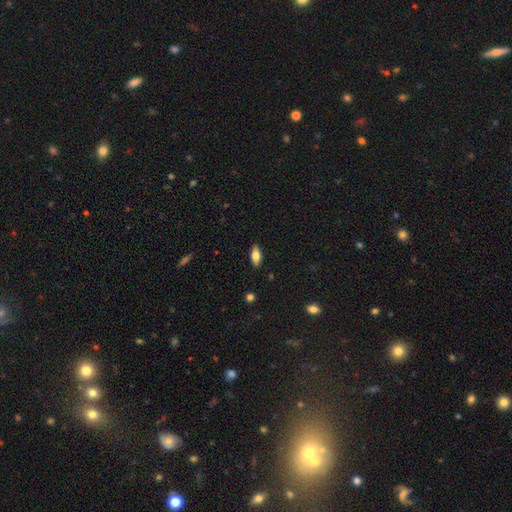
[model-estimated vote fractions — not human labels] Q: Smooth or featured?
A: smooth (76%); runner-up: featured or disk (17%)
Q: How rounded?
A: in between (84%); runner-up: cigar-shaped (14%)
Q: Merging?
A: none (89%); runner-up: minor disturbance (9%)